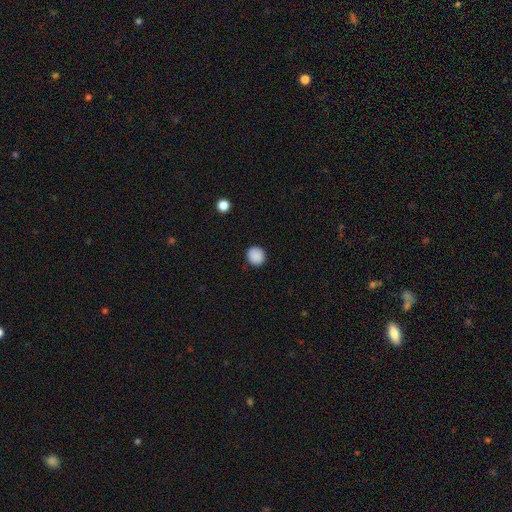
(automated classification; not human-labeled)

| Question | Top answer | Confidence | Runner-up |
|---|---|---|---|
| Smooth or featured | smooth | 89% | star or artifact (9%) |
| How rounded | round | 91% | in between (8%) |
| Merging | none | 92% | minor disturbance (6%) |